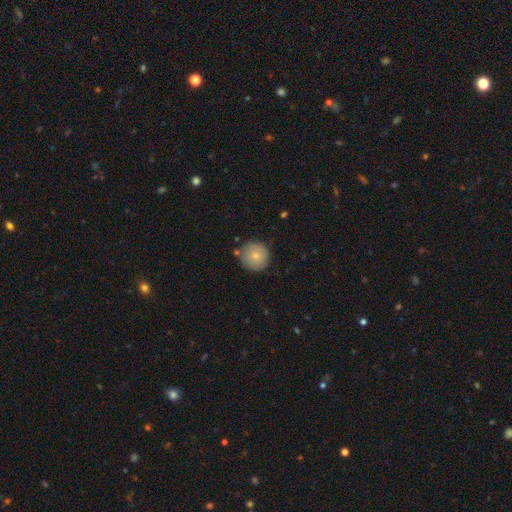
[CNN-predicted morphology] A smooth galaxy with no disk features (77%) that is round (95%).

Vote fractions:
- Smooth or featured? smooth: 77% / featured or disk: 15% / star or artifact: 7%
- How rounded? round: 95% / in between: 4% / cigar-shaped: 1%
- Merging? none: 81% / minor disturbance: 13% / merger: 3% / major disturbance: 3%